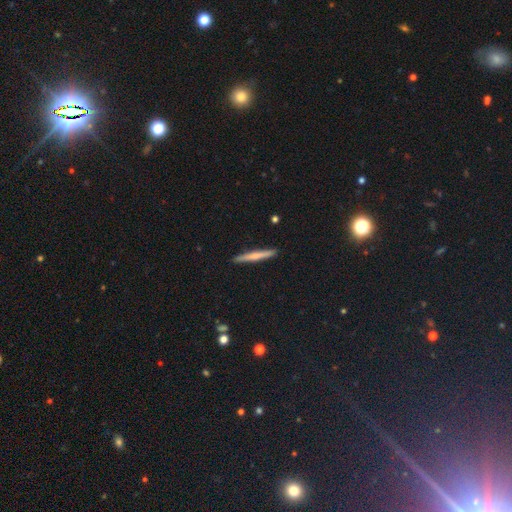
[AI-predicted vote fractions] smooth_or_featured: smooth (p=0.58) [alt: featured or disk p=0.36]
how_rounded: cigar-shaped (p=0.96) [alt: in between p=0.03]
merging: none (p=0.92) [alt: minor disturbance p=0.06]